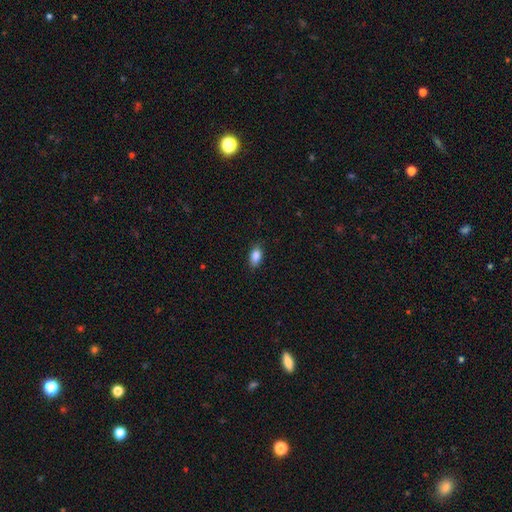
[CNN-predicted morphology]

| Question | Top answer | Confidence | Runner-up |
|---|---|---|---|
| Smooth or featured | smooth | 87% | star or artifact (8%) |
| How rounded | in between | 89% | round (7%) |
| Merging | none | 84% | minor disturbance (12%) |